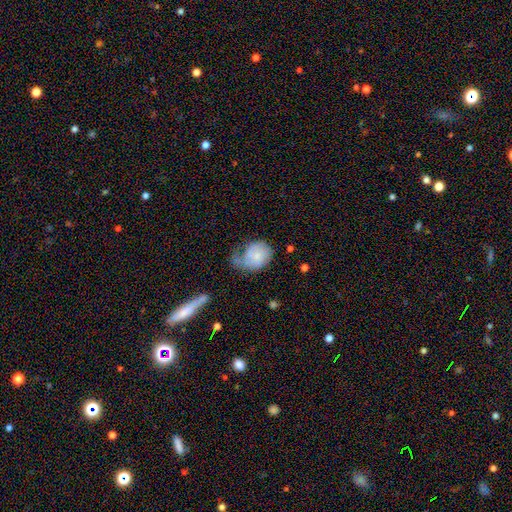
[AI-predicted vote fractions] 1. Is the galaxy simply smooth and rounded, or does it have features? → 60% smooth, 33% featured or disk, 7% star or artifact.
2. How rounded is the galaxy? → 50% in between, 49% round, 1% cigar-shaped.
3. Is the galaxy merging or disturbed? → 37% major disturbance, 31% minor disturbance, 26% none, 7% merger.